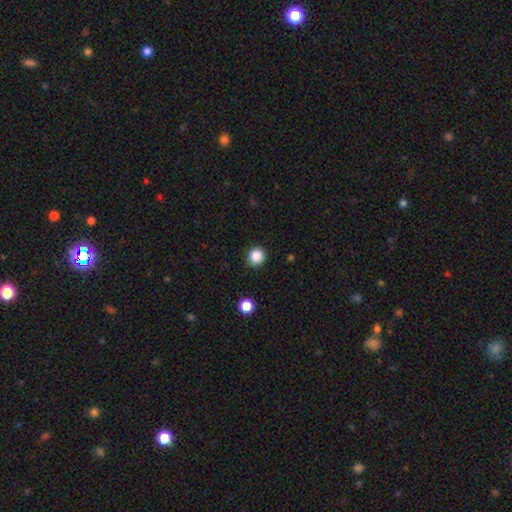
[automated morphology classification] smooth-or-featured: smooth: 86% | star or artifact: 11% | featured or disk: 3%
  how-rounded: round: 91% | in between: 8% | cigar-shaped: 1%
  merging: none: 91% | minor disturbance: 6% | major disturbance: 2% | merger: 1%